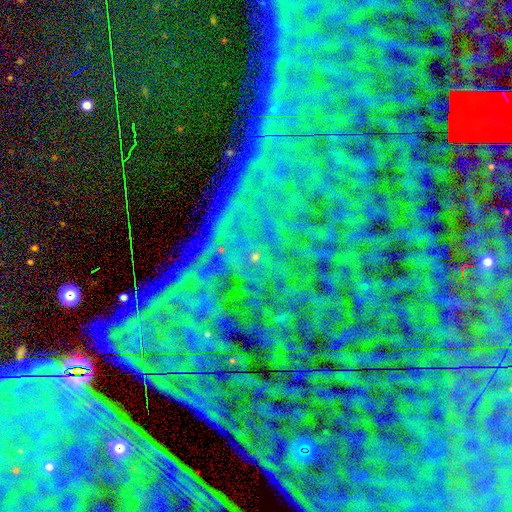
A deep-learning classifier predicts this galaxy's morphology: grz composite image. It shows a star or artifact, not a galaxy (87%).